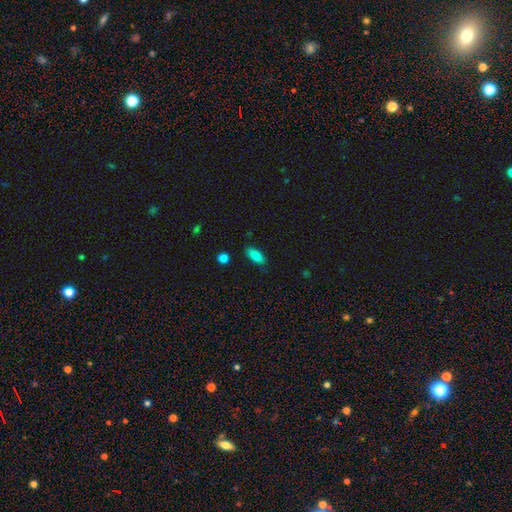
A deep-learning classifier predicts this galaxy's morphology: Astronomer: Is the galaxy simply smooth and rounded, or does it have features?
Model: smooth — 83%.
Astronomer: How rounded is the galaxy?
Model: in between — 81%.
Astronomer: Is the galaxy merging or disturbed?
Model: none — 82%.